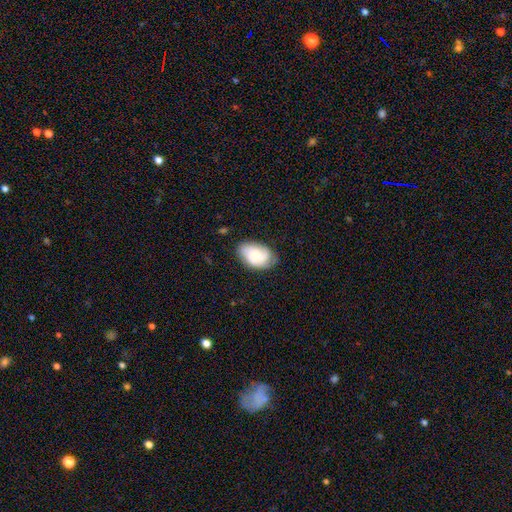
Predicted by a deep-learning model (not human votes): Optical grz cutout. It shows a featured or disk galaxy (47%). Merging: none (74%).